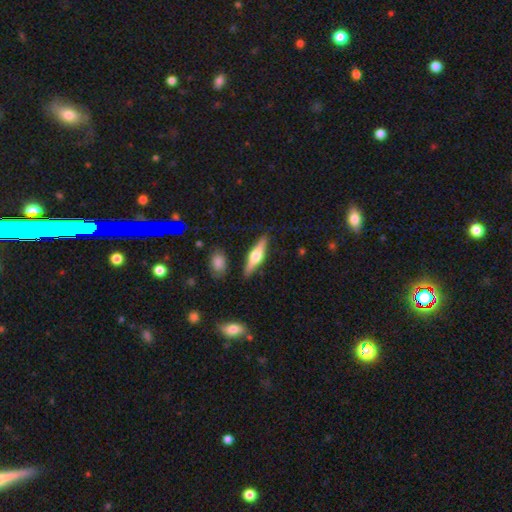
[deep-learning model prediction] featured or disk 60%, smooth 35%, star or artifact 6%. Down the decision tree: edge-on disk — yes (96%); edge-on bulge — rounded (92%); merging — none (86%).